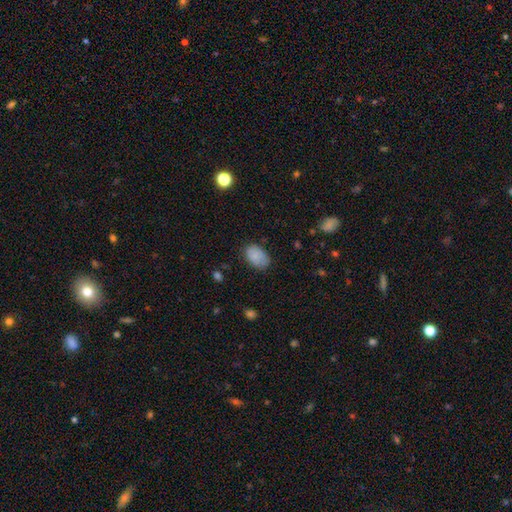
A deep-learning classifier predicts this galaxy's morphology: smooth-or-featured: smooth: 85% | star or artifact: 8% | featured or disk: 7%
  how-rounded: in between: 88% | round: 11% | cigar-shaped: 1%
  merging: none: 76% | minor disturbance: 19% | major disturbance: 4% | merger: 1%